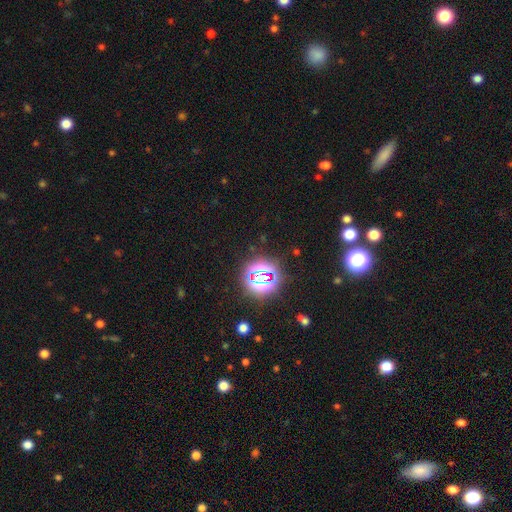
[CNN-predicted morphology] Smooth or featured: star or artifact — 75% (smooth — 19%)